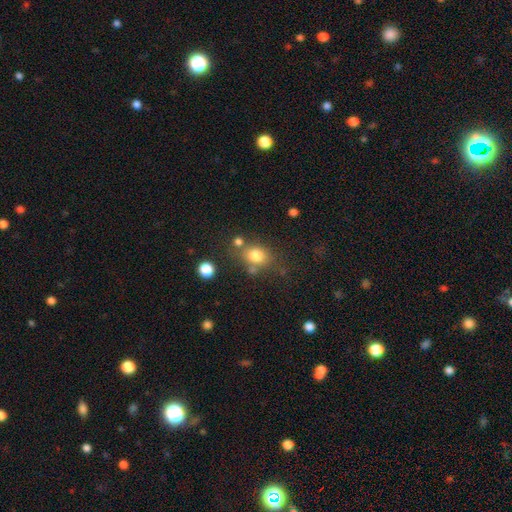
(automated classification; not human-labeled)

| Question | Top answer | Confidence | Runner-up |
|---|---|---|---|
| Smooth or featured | smooth | 78% | star or artifact (12%) |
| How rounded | round | 52% | in between (46%) |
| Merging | none | 63% | merger (15%) |